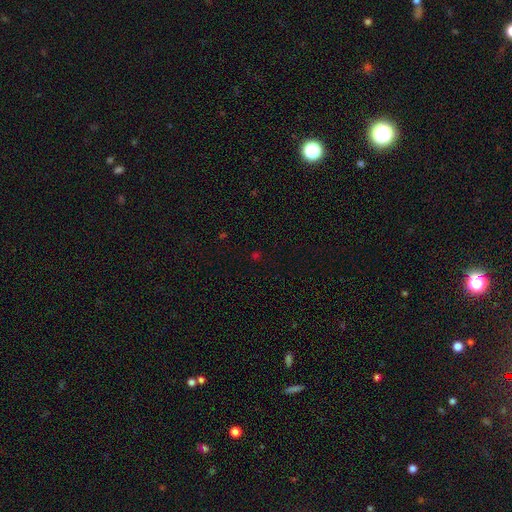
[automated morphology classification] Smooth or featured: star or artifact — 52% (smooth — 43%)